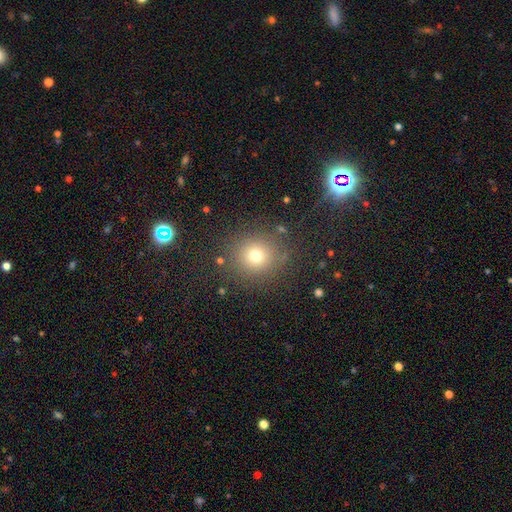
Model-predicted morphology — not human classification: smooth_or_featured: smooth (p=0.73) [alt: star or artifact p=0.18]
how_rounded: round (p=0.91) [alt: in between p=0.08]
merging: none (p=0.86) [alt: minor disturbance p=0.08]